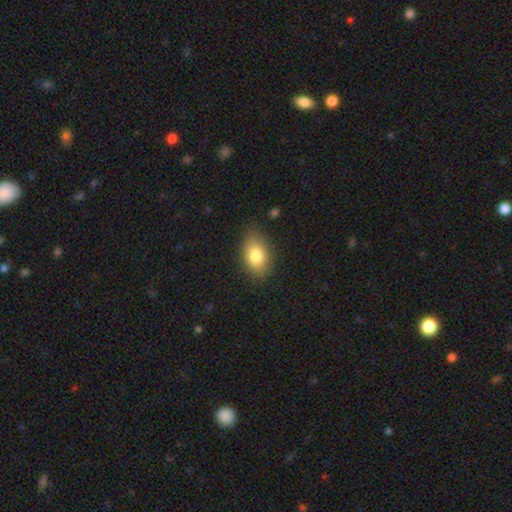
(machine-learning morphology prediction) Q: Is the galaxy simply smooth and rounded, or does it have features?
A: smooth — 81%.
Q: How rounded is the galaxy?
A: in between — 85%.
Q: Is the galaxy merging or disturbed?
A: none — 82%.